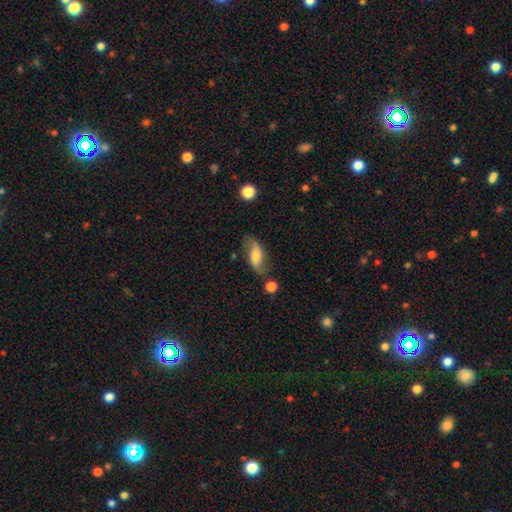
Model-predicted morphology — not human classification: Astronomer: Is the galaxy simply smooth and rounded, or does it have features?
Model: smooth — 47% (runner-up: featured or disk, 44%).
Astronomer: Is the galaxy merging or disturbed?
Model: none — 62%.